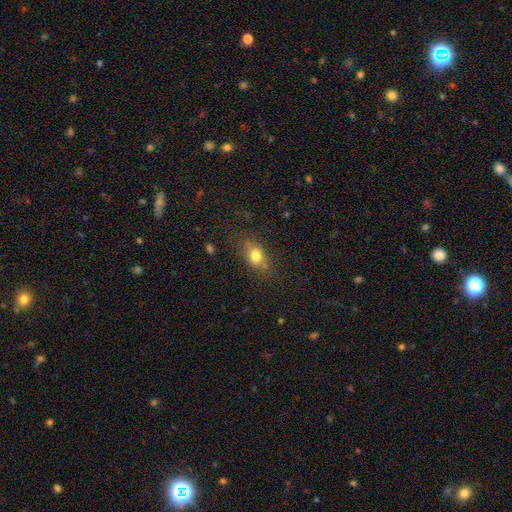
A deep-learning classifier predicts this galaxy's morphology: Overall: smooth (77%). How rounded: in between (70%). Merging: none (72%).